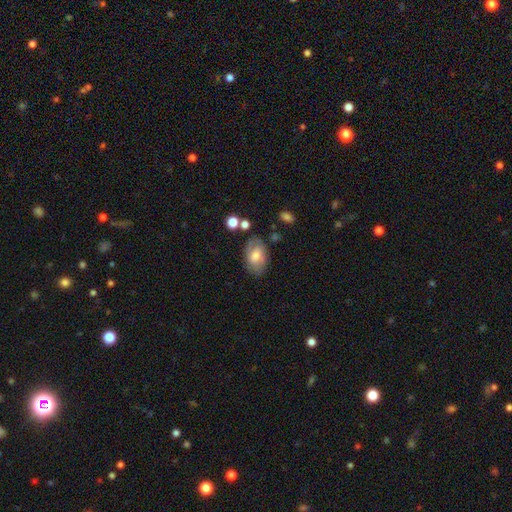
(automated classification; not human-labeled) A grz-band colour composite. It shows a smooth galaxy with no disk features (59%) that is in between round and cigar-shaped (88%). Merging: none (70%).